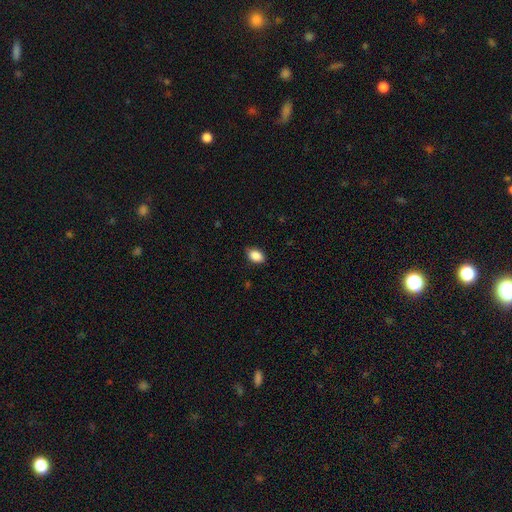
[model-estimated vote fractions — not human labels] This is clearly a smooth galaxy (88%). How rounded: clearly in between (86%). Merging: clearly none (84%).